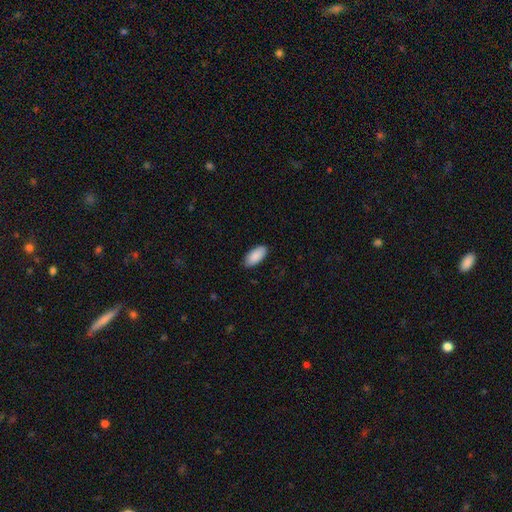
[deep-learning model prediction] smooth 90%, star or artifact 6%, featured or disk 4%. Down the decision tree: how rounded — in between (94%); merging — none (86%).